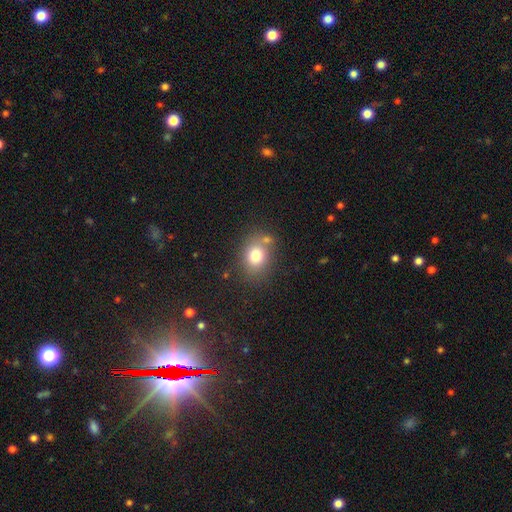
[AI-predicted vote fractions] Smooth or featured: smooth — 77% (star or artifact — 11%)
How rounded: round — 55% (in between — 44%)
Merging: none — 65% (minor disturbance — 15%)